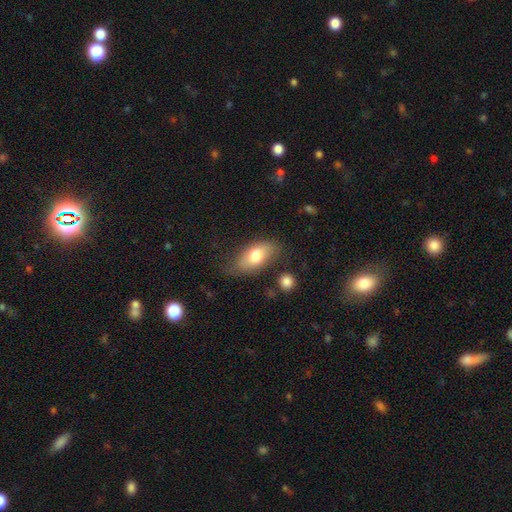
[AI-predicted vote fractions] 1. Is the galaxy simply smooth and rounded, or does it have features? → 73% smooth, 20% featured or disk, 7% star or artifact.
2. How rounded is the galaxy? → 89% in between, 6% cigar-shaped, 5% round.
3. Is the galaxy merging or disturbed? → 67% none, 23% minor disturbance, 7% major disturbance, 4% merger.